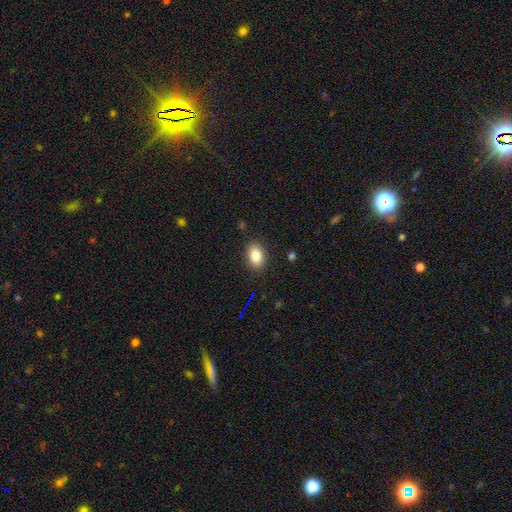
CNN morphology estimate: smooth_or_featured: smooth (p=0.83) [alt: star or artifact p=0.09]
how_rounded: in between (p=0.80) [alt: round p=0.18]
merging: none (p=0.87) [alt: minor disturbance p=0.09]